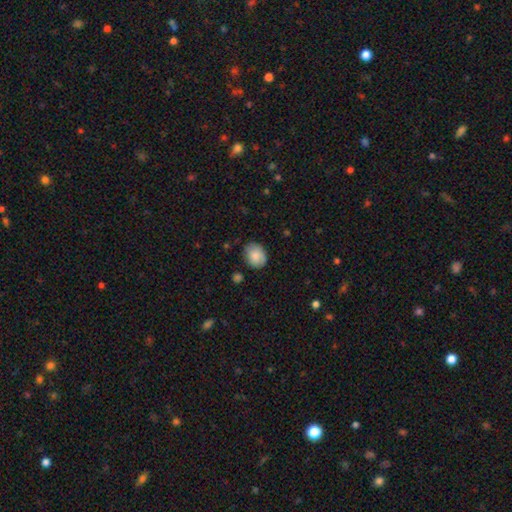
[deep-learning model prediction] Smooth or featured? Predicted: smooth (p=0.83). How rounded? Predicted: in between (p=0.53). Merging? Predicted: none (p=0.76).